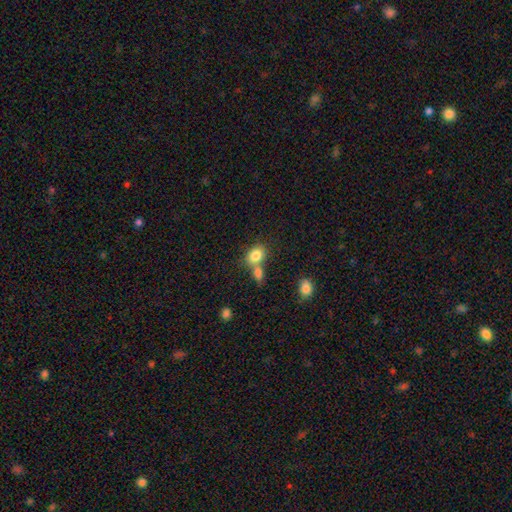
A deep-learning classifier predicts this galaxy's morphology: This is clearly a smooth galaxy (82%). How rounded: likely in between (65%). Merging: marginally merger (44%).